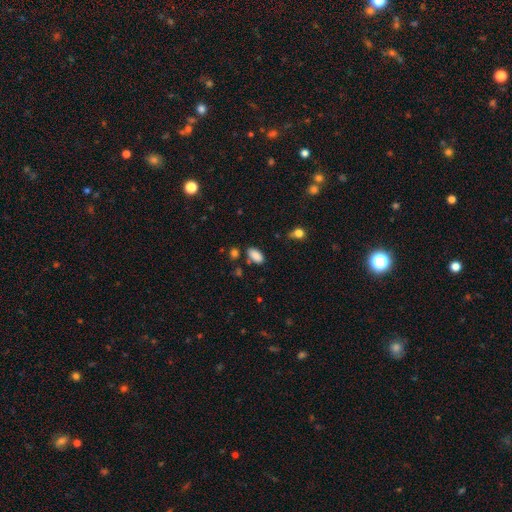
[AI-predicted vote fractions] Smooth or featured? smooth (86%)
How rounded? in between (93%)
Merging? none (74%)